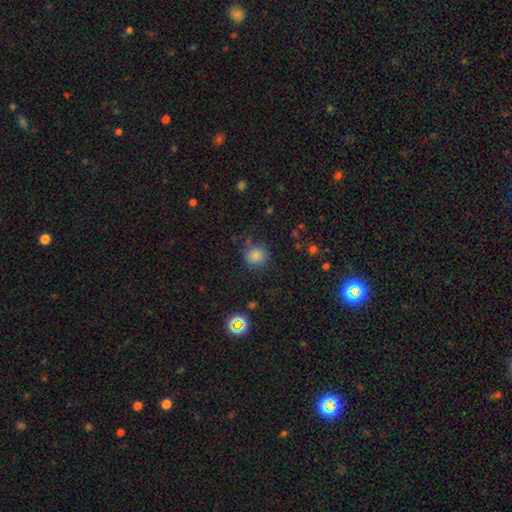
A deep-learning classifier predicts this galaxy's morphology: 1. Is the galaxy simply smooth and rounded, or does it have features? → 82% smooth, 13% star or artifact, 5% featured or disk.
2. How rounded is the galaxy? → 86% round, 13% in between, 1% cigar-shaped.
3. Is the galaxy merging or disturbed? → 78% none, 14% minor disturbance, 5% major disturbance, 2% merger.